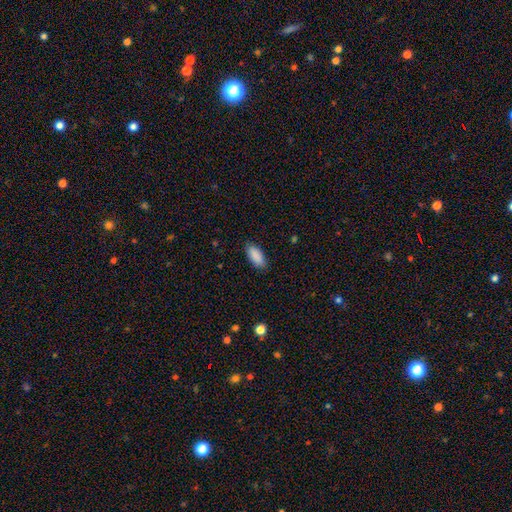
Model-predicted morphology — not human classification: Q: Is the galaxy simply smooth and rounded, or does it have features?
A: smooth — 90%.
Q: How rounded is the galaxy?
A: in between — 87%.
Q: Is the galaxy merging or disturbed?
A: none — 86%.